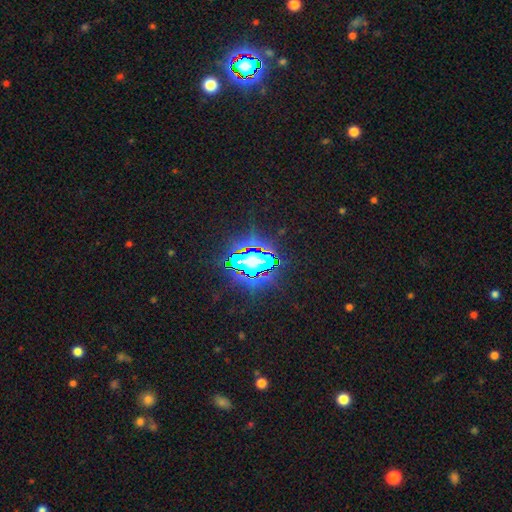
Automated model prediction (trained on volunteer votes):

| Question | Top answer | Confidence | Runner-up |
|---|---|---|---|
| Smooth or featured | star or artifact | 68% | smooth (18%) |